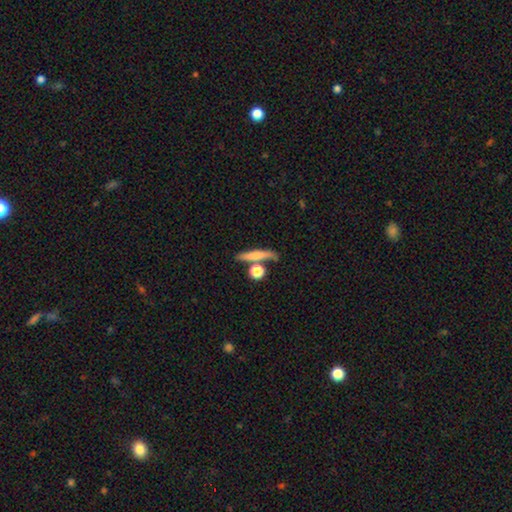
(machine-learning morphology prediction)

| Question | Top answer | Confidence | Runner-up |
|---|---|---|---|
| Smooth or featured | smooth | 65% | featured or disk (27%) |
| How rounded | cigar-shaped | 70% | round (15%) |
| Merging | none | 68% | merger (16%) |